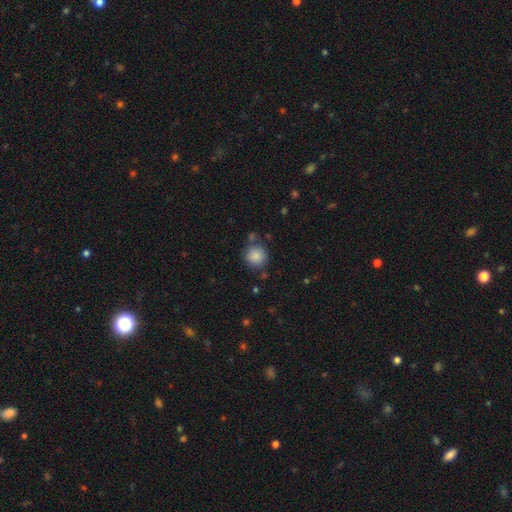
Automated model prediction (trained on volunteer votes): This appears to be a smooth galaxy with no disk features (87%) that is round (90%). Merging: none (77%).